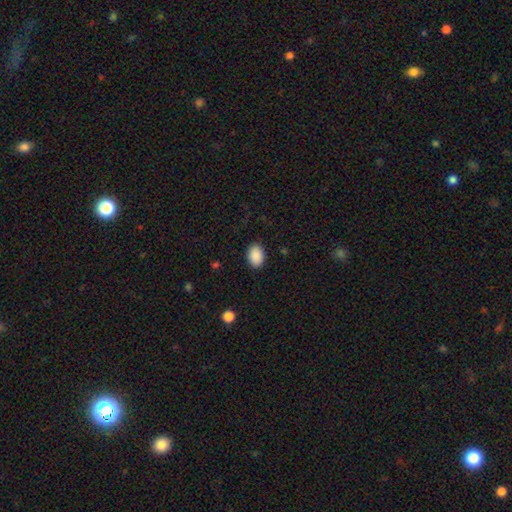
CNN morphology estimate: Overall: smooth (90%). How rounded: in between (82%). Merging: none (88%).